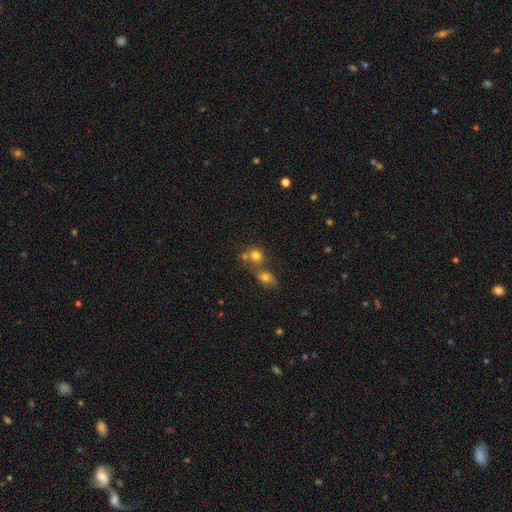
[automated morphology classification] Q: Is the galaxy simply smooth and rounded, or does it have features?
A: smooth — 73%.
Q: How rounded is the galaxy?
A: round — 80%.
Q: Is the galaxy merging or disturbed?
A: merger — 46%.